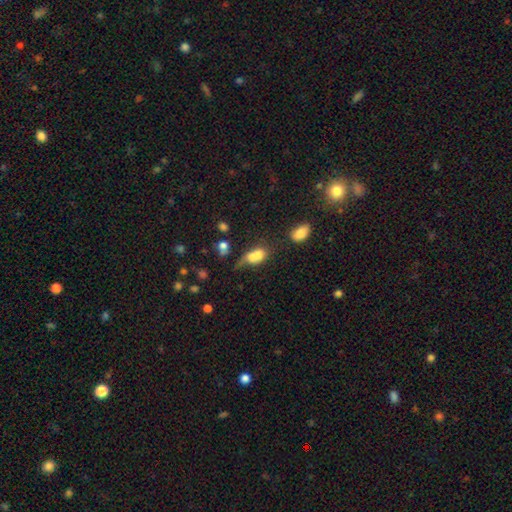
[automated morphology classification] type=smooth (69%); roundness=in between (60%); merging=merger (66%).